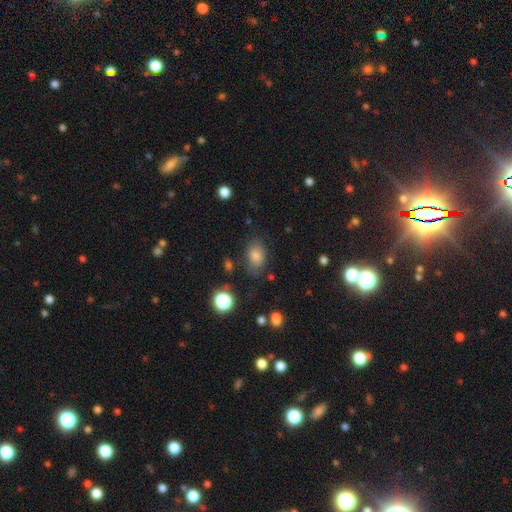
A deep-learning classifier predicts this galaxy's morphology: Q: Smooth or featured?
A: smooth (75%); runner-up: star or artifact (16%)
Q: How rounded?
A: in between (77%); runner-up: round (21%)
Q: Merging?
A: none (77%); runner-up: minor disturbance (15%)